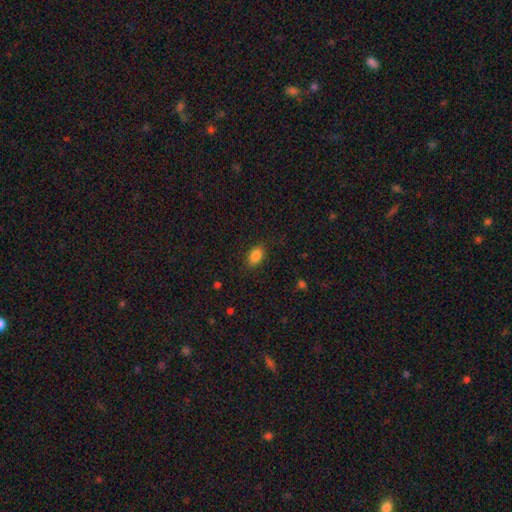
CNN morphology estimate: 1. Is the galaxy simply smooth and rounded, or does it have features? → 85% smooth, 9% star or artifact, 6% featured or disk.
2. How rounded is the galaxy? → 85% in between, 13% round, 2% cigar-shaped.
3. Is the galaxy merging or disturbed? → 85% none, 11% minor disturbance, 3% major disturbance, 1% merger.